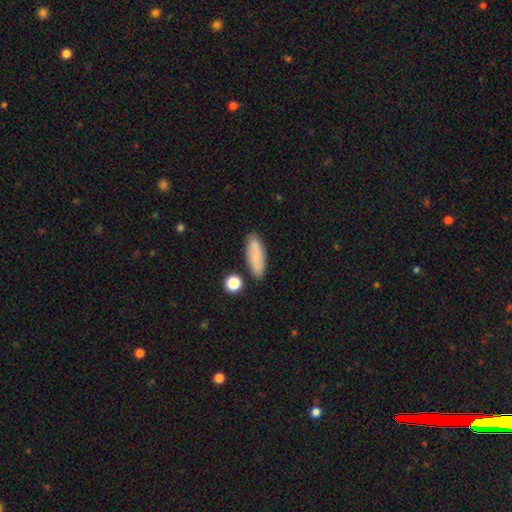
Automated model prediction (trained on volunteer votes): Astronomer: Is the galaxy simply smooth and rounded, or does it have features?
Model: smooth — 74%.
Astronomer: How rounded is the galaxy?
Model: in between — 61% (runner-up: cigar-shaped, 36%).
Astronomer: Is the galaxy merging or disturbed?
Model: none — 81%.